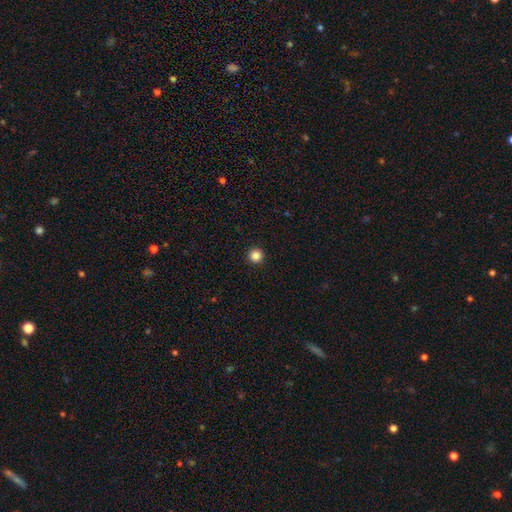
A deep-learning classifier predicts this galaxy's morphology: type=smooth (85%); roundness=round (96%); merging=none (94%).